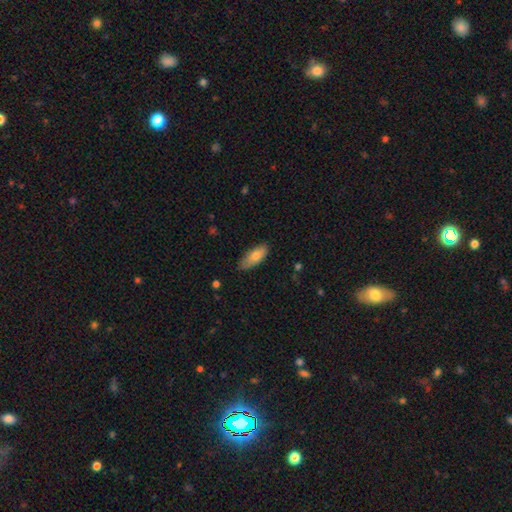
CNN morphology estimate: Q: Smooth or featured?
A: smooth (77%); runner-up: featured or disk (17%)
Q: How rounded?
A: in between (81%); runner-up: cigar-shaped (17%)
Q: Merging?
A: none (77%); runner-up: minor disturbance (19%)